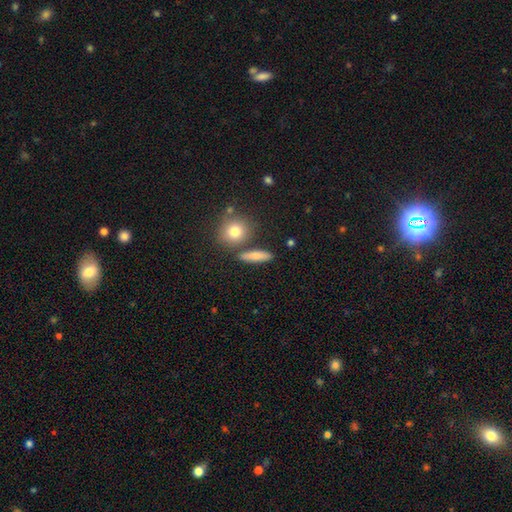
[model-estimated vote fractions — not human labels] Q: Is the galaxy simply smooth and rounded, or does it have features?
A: smooth — 78%.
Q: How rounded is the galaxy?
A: cigar-shaped — 50%.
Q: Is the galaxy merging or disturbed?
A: none — 79%.